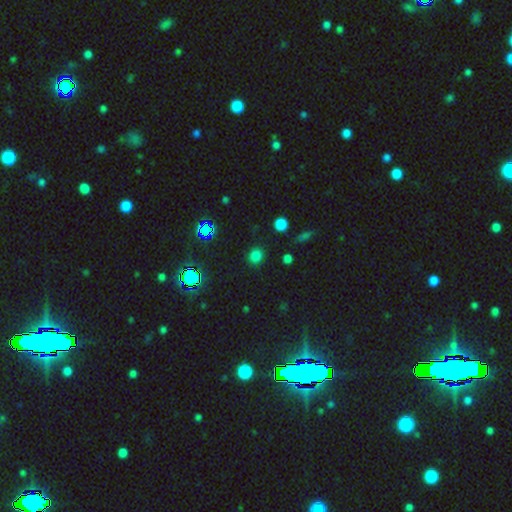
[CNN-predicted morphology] Smooth or featured: smooth — 71% (star or artifact — 24%)
How rounded: round — 87% (in between — 11%)
Merging: none — 87% (minor disturbance — 8%)